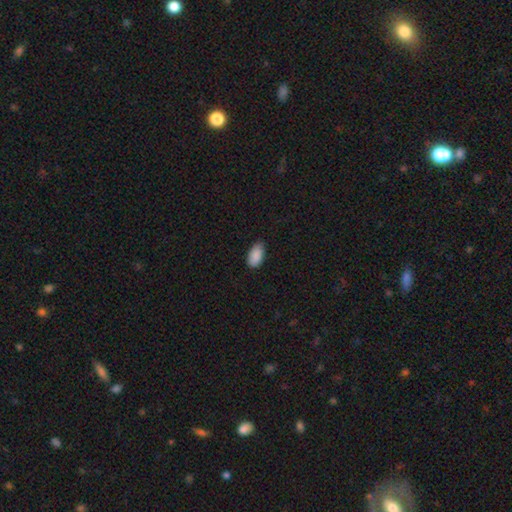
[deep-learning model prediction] smooth 90%, star or artifact 7%, featured or disk 3%. Down the decision tree: how rounded — in between (94%); merging — none (76%).